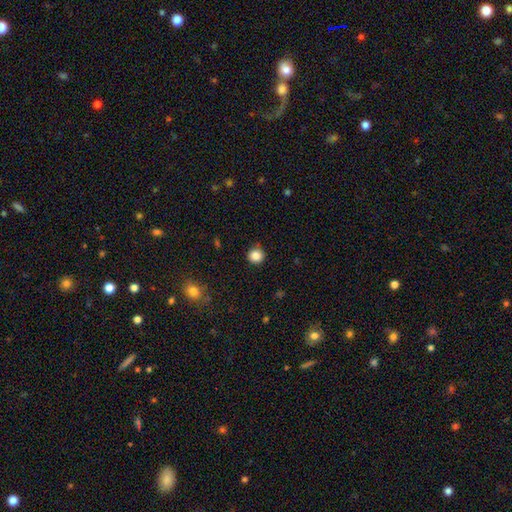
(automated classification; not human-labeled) Smooth or featured? smooth (84%)
How rounded? round (92%)
Merging? none (89%)